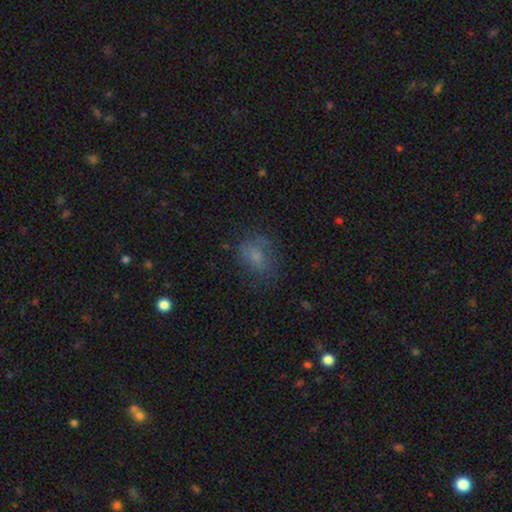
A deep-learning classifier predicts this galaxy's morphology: A smooth galaxy with no disk features (65%) that is in between round and cigar-shaped (61%).

Vote fractions:
- Smooth or featured? smooth: 65% / featured or disk: 20% / star or artifact: 15%
- How rounded? in between: 61% / round: 37% / cigar-shaped: 2%
- Merging? none: 55% / minor disturbance: 24% / major disturbance: 19% / merger: 2%